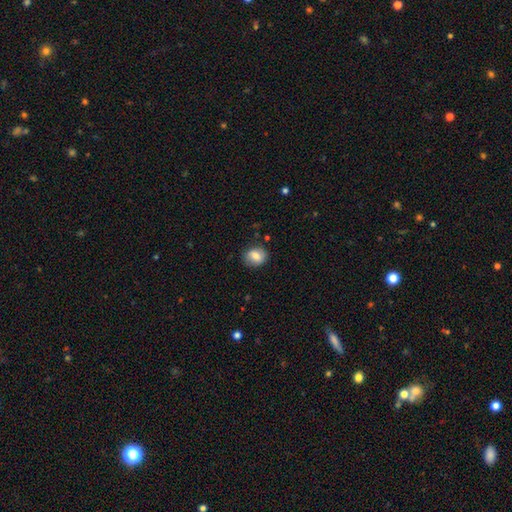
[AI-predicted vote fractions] smooth-or-featured: smooth: 74% | featured or disk: 18% | star or artifact: 8%
  how-rounded: round: 60% | in between: 39% | cigar-shaped: 1%
  merging: none: 83% | minor disturbance: 13% | major disturbance: 3% | merger: 2%